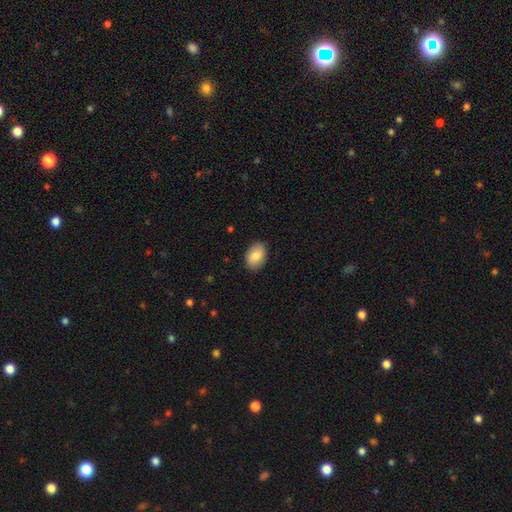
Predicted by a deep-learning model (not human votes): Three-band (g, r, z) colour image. It shows a smooth galaxy with no disk features (83%) that is in between round and cigar-shaped (85%). Merging: none (87%).